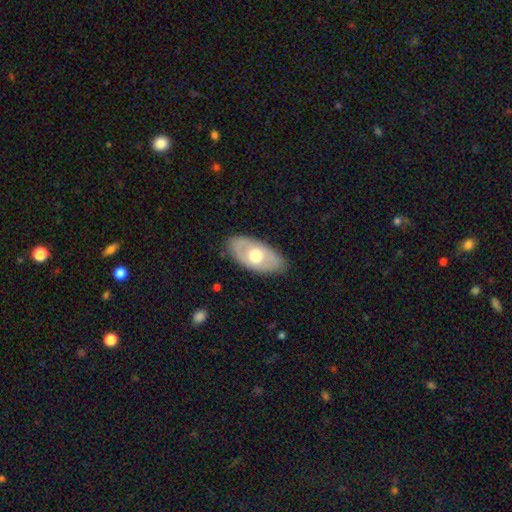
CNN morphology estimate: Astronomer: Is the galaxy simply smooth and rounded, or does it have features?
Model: smooth — 51% (runner-up: featured or disk, 44%).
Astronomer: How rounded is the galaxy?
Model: in between — 92%.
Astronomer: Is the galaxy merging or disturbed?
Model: none — 83%.